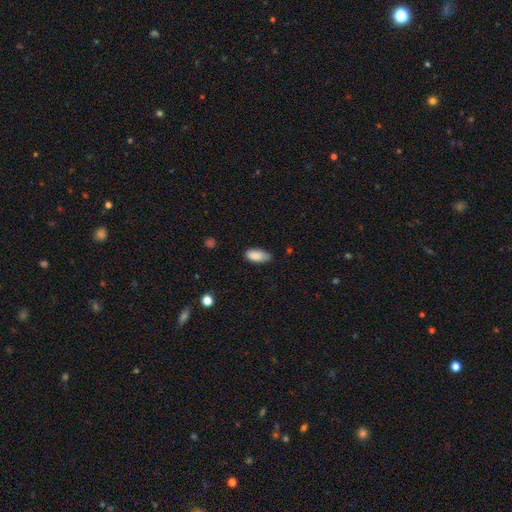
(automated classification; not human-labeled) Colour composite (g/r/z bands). It shows a smooth galaxy with no disk features (88%) that is in between round and cigar-shaped (88%). Merging: none (70%).